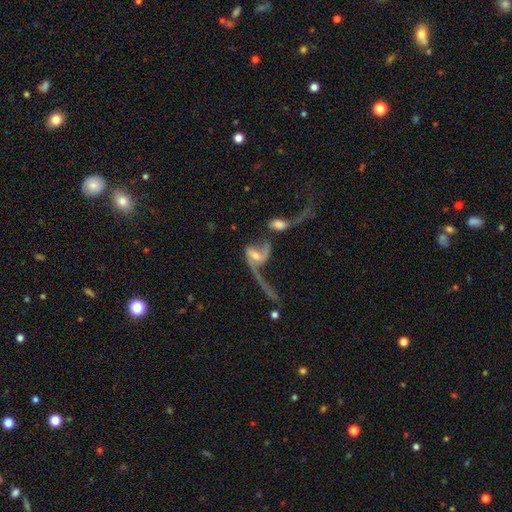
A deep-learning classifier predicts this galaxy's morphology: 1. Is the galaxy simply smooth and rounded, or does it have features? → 73% featured or disk, 19% smooth, 8% star or artifact.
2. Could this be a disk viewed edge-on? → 94% no, 6% yes.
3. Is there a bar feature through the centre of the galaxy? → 48% no, 37% weak, 16% strong.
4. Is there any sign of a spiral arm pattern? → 79% yes, 21% no.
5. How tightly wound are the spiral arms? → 88% loose, 9% medium, 3% tight.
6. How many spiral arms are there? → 55% 2, 37% 1, 5% can't tell, 1% 3, 1% 4, 1% more than 4.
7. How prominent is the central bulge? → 43% moderate, 40% small, 9% none, 6% large, 2% dominant.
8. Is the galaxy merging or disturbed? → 41% merger, 36% major disturbance, 15% none, 8% minor disturbance.